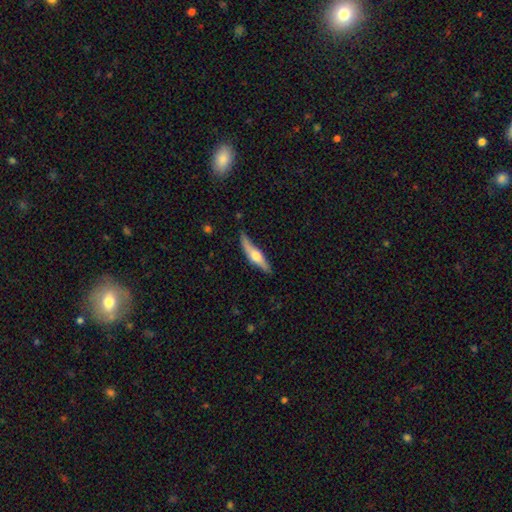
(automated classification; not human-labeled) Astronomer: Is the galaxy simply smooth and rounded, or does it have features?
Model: featured or disk — 58% (runner-up: smooth, 37%).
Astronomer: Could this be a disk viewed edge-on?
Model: yes — 94%.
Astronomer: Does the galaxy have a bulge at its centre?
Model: rounded — 92%.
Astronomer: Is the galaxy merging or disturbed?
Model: none — 74%.